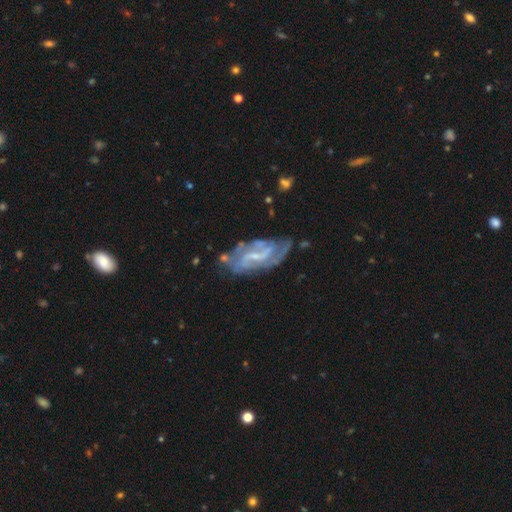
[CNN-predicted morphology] The model was most divided on "spiral winding": medium: 44%, tight: 39%, loose: 17%. More confident: edge-on disk — no (93%); spiral arms — yes (92%); smooth or featured — featured or disk (83%); merging — none (65%); bulge size — small (56%); spiral arm count — 2 (52%); bar — weak (50%).